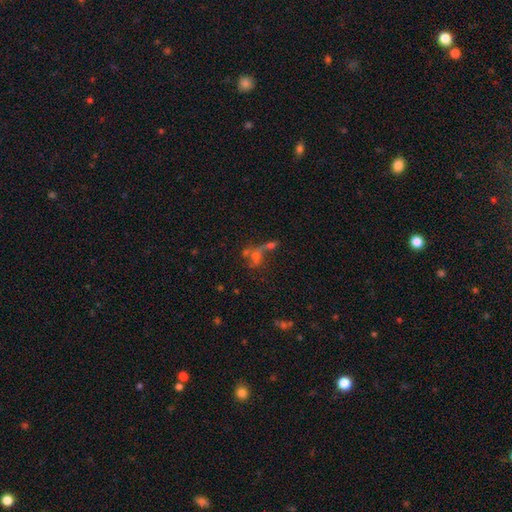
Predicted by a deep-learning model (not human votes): A featured or disk galaxy (34%).

Vote fractions:
- Smooth or featured? featured or disk: 34% / star or artifact: 33% / smooth: 33%
- Merging? merger: 40% / none: 31% / major disturbance: 18% / minor disturbance: 11%